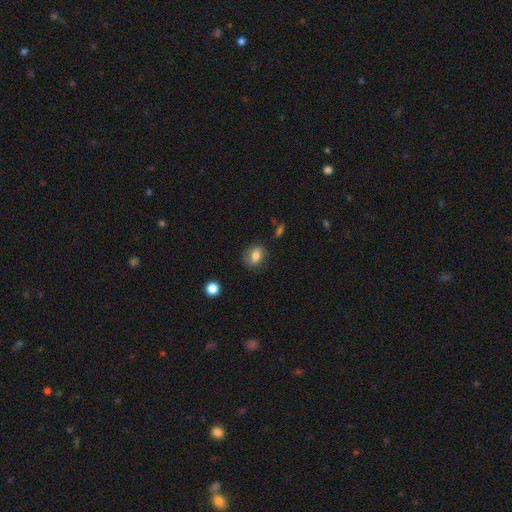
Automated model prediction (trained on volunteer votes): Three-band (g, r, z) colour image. It shows a smooth galaxy with no disk features (64%) that is in between round and cigar-shaped (53%). Merging: none (76%).